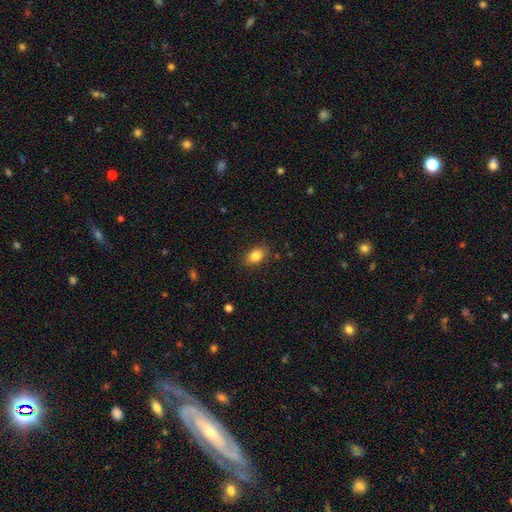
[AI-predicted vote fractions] smooth 84%, star or artifact 9%, featured or disk 7%. Down the decision tree: how rounded — in between (83%); merging — none (85%).